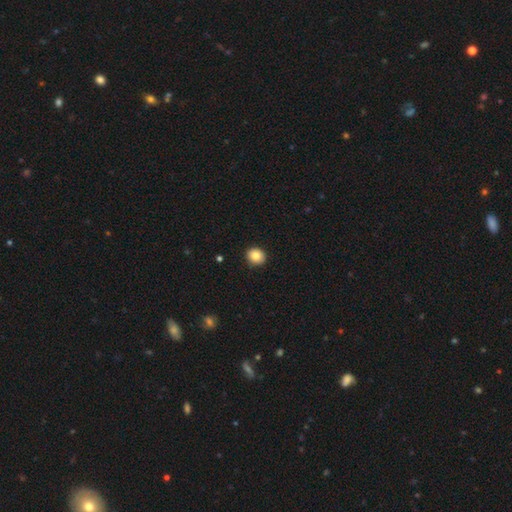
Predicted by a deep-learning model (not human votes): smooth_or_featured: smooth (p=0.85) [alt: star or artifact p=0.09]
how_rounded: round (p=0.79) [alt: in between p=0.20]
merging: none (p=0.89) [alt: minor disturbance p=0.08]